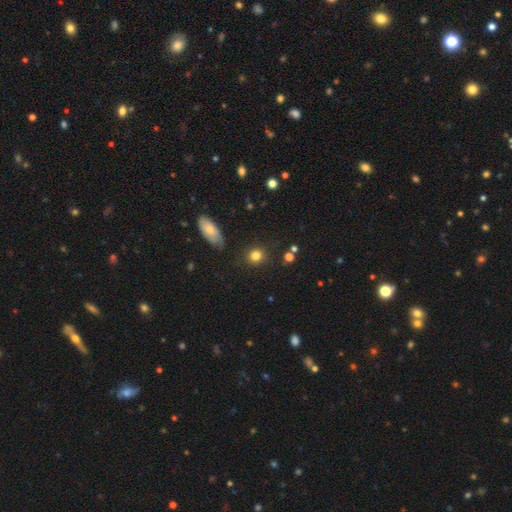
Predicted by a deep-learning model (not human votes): Overall: smooth (82%). How rounded: round (84%). Merging: none (86%).